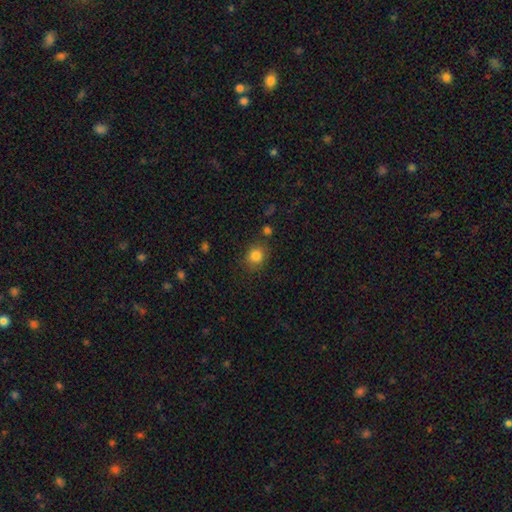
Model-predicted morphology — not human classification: smooth_or_featured: smooth (p=0.84) [alt: star or artifact p=0.11]
how_rounded: round (p=0.71) [alt: in between p=0.28]
merging: none (p=0.81) [alt: minor disturbance p=0.11]